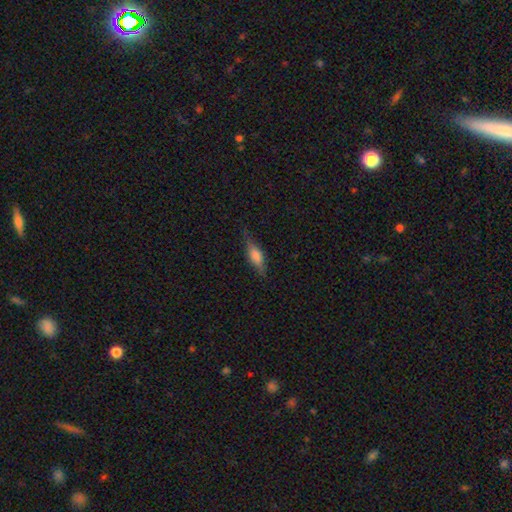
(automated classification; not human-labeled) Smooth or featured? Predicted: smooth (p=0.47). Merging? Predicted: none (p=0.80).